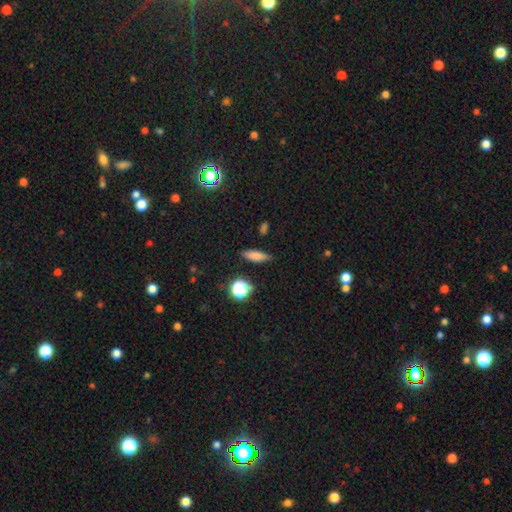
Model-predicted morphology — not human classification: type=smooth (76%); roundness=cigar-shaped (48%); merging=none (84%).